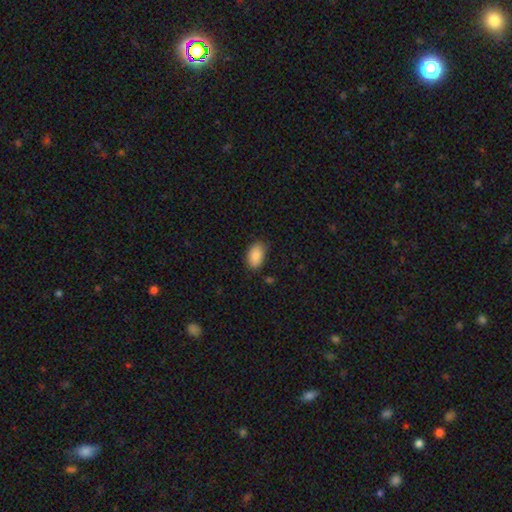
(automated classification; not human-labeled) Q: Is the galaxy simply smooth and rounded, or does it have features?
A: smooth — 88%.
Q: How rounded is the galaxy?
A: in between — 93%.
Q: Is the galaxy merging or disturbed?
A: none — 83%.